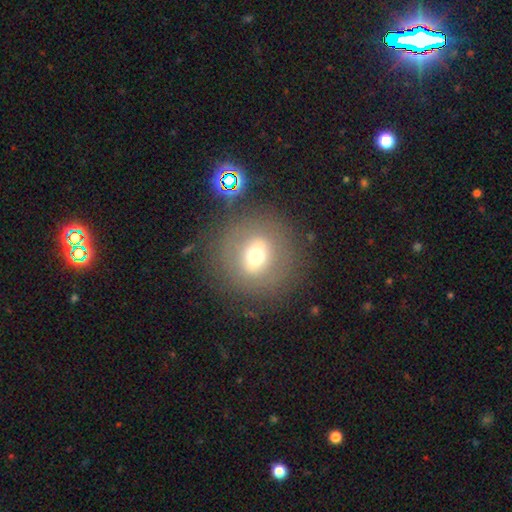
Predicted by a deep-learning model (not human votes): smooth 54%, featured or disk 30%, star or artifact 16%. Down the decision tree: how rounded — round (90%); merging — none (81%).